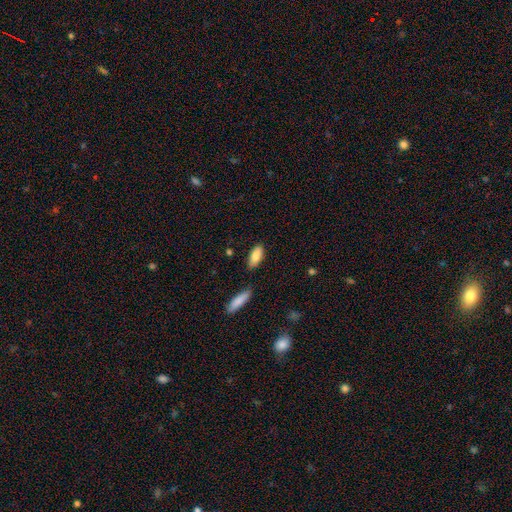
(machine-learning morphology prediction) The model was most divided on "merging": none: 79%, minor disturbance: 13%, merger: 5%, major disturbance: 3%. More confident: smooth or featured — smooth (86%); how rounded — in between (82%).